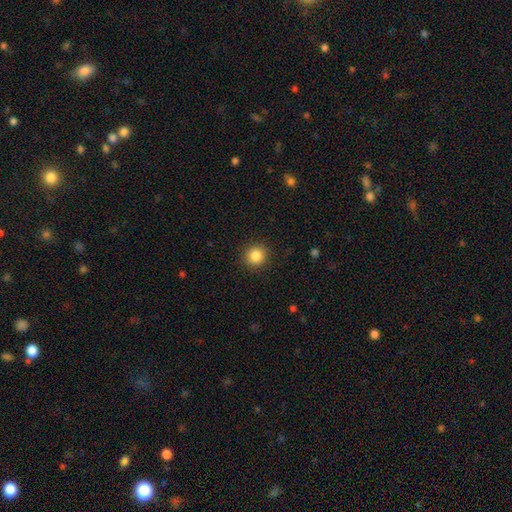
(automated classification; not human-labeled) A smooth galaxy with no disk features (86%) that is round (93%).

Vote fractions:
- Smooth or featured? smooth: 86% / star or artifact: 10% / featured or disk: 4%
- How rounded? round: 93% / in between: 6% / cigar-shaped: 1%
- Merging? none: 91% / minor disturbance: 6% / major disturbance: 2% / merger: 1%